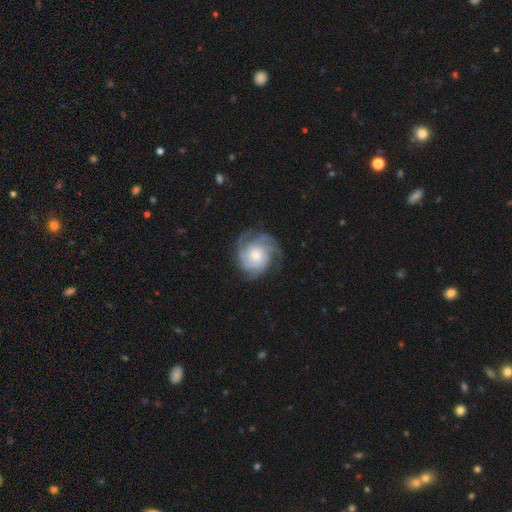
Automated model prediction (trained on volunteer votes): The model was most divided on "spiral arm count": 3: 36%, 4: 25%, can't tell: 17%, 2: 10%, more than 4: 6%, 1: 6%. More confident: edge-on disk — no (98%); spiral arms — yes (97%); smooth or featured — featured or disk (84%); bar — no (79%); merging — none (75%); spiral winding — tight (58%); bulge size — moderate (52%).